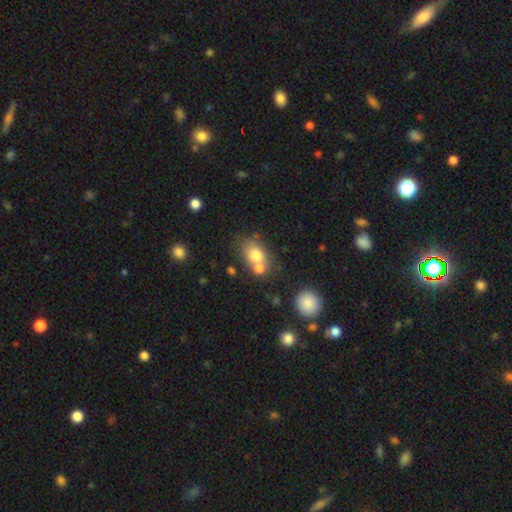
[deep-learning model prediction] A smooth galaxy with no disk features (75%) that is in between round and cigar-shaped (53%).

Vote fractions:
- Smooth or featured? smooth: 75% / featured or disk: 14% / star or artifact: 11%
- How rounded? in between: 53% / round: 46% / cigar-shaped: 1%
- Merging? none: 45% / merger: 39% / minor disturbance: 12% / major disturbance: 5%